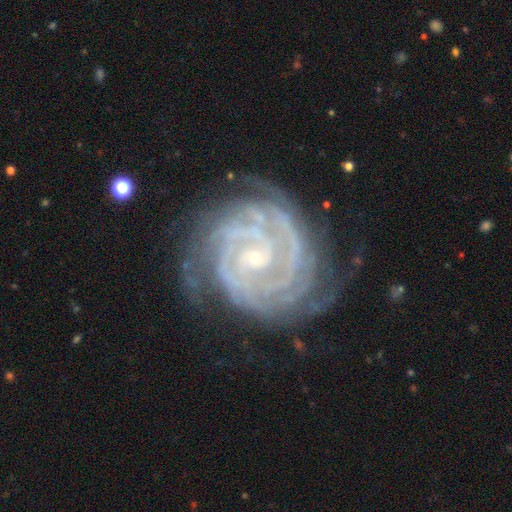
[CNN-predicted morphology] This appears to be a featured or disk galaxy (91%) with no bar (63%), 4 (23%) tight (84%) spiral arms (98%) and a small central bulge (86%). Merging: none (72%).